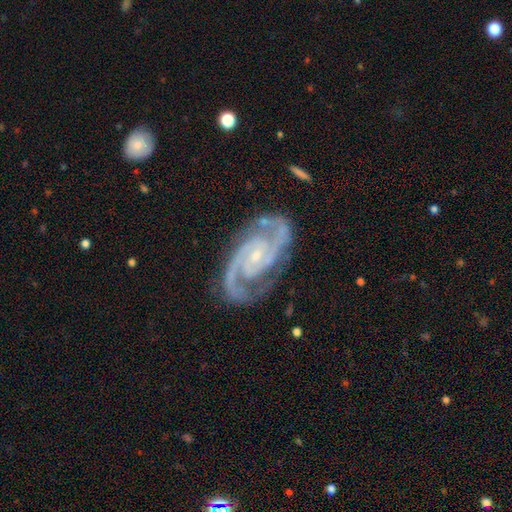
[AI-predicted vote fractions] This appears to be a featured or disk galaxy (94%) with no bar (52%), 2 (90%) medium (49%) spiral arms (99%) and a small central bulge (79%). Merging: none (79%).